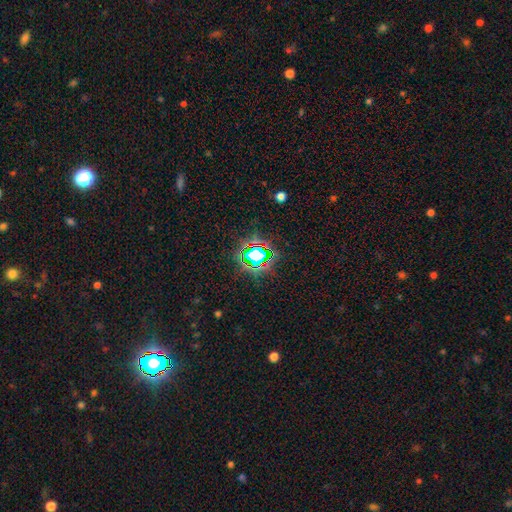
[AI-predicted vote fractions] Smooth or featured? Predicted: star or artifact (p=0.68).